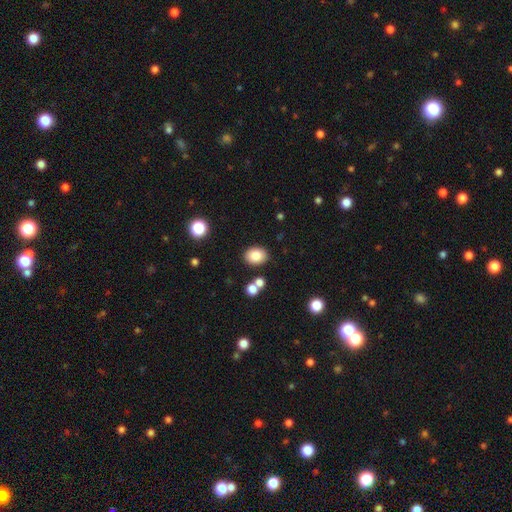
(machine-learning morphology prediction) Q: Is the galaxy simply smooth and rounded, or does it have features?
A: smooth — 84%.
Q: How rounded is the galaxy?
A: in between — 63%.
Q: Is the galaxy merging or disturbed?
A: none — 82%.